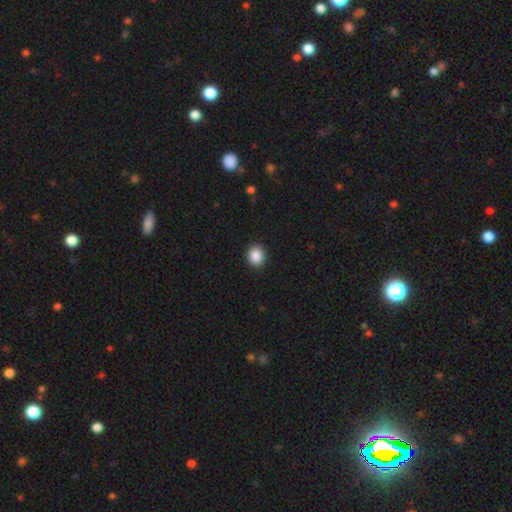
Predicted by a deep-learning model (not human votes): A smooth galaxy with no disk features (88%) that is round (73%). Merging: none (91%).